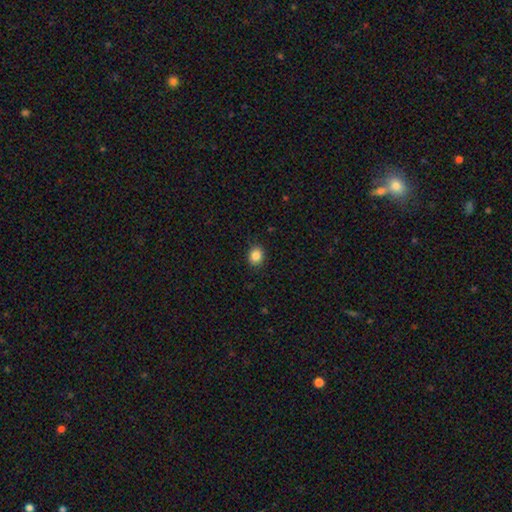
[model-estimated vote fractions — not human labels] Overall: smooth (86%). How rounded: round (63%; in between 36%). Merging: none (88%).